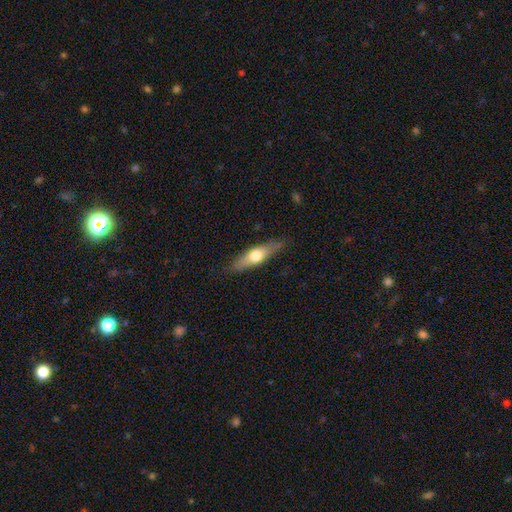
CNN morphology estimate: smooth_or_featured: smooth (p=0.51) [alt: featured or disk p=0.43]
how_rounded: cigar-shaped (p=0.63) [alt: in between p=0.34]
merging: none (p=0.82) [alt: minor disturbance p=0.14]